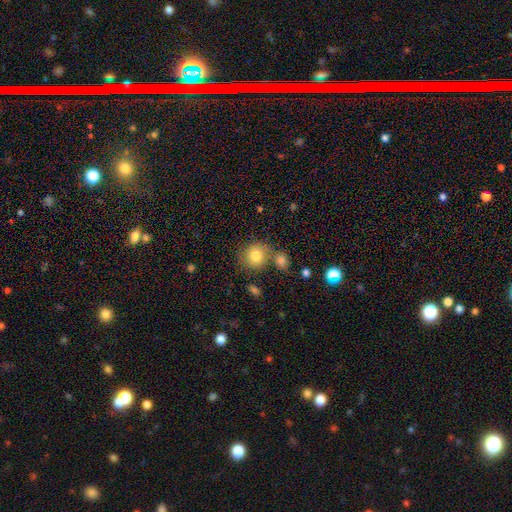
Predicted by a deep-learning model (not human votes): Smooth or featured? smooth (81%)
How rounded? round (81%)
Merging? none (63%)